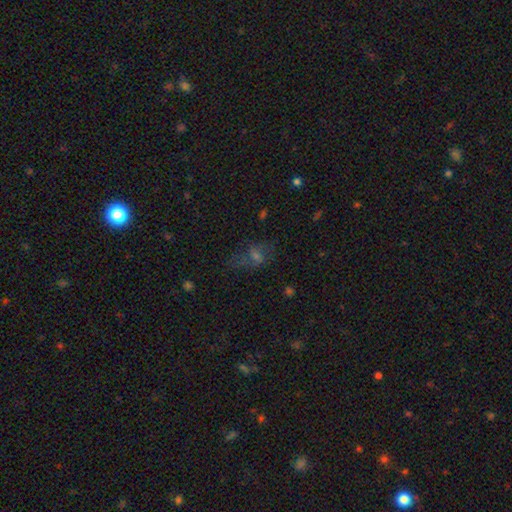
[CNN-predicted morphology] Q: Smooth or featured?
A: smooth (39%); runner-up: featured or disk (32%)
Q: Merging?
A: none (50%); runner-up: major disturbance (25%)